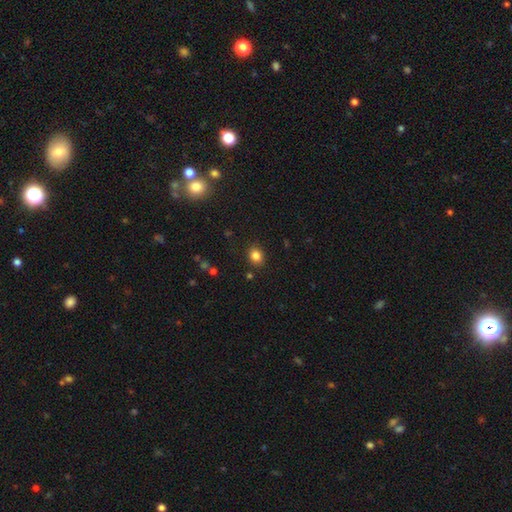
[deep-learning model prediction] A smooth galaxy with no disk features (83%) that is round (63%).

Vote fractions:
- Smooth or featured? smooth: 83% / star or artifact: 12% / featured or disk: 5%
- How rounded? round: 63% / in between: 36% / cigar-shaped: 1%
- Merging? none: 87% / minor disturbance: 9% / major disturbance: 2% / merger: 2%